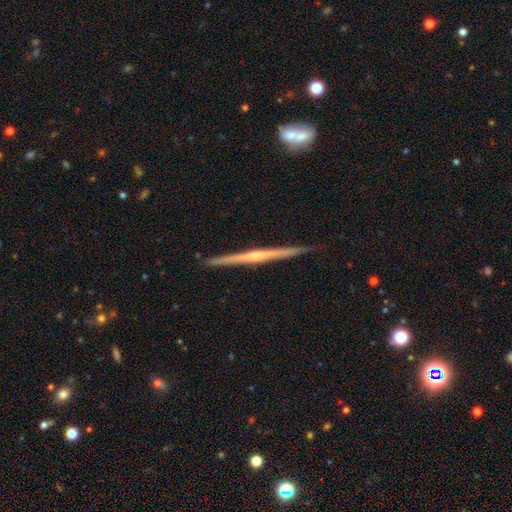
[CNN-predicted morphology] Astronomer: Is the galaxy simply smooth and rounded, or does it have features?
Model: featured or disk — 77%.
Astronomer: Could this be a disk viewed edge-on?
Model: yes — 98%.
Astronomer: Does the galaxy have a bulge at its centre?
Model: rounded — 47% (runner-up: none, 45%).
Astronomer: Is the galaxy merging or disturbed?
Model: none — 91%.